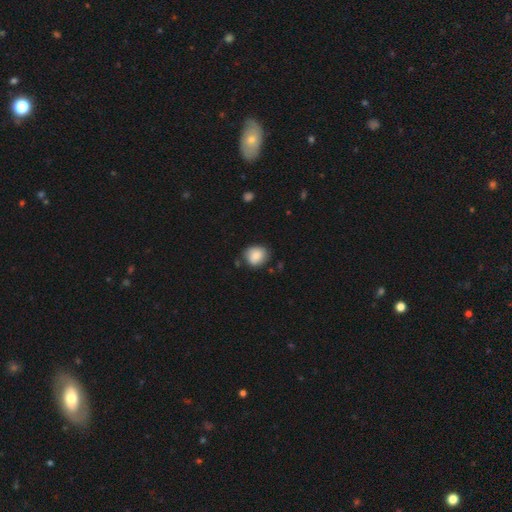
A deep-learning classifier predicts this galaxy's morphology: This is clearly a smooth galaxy (81%). How rounded: likely round (69%). Merging: likely none (74%).